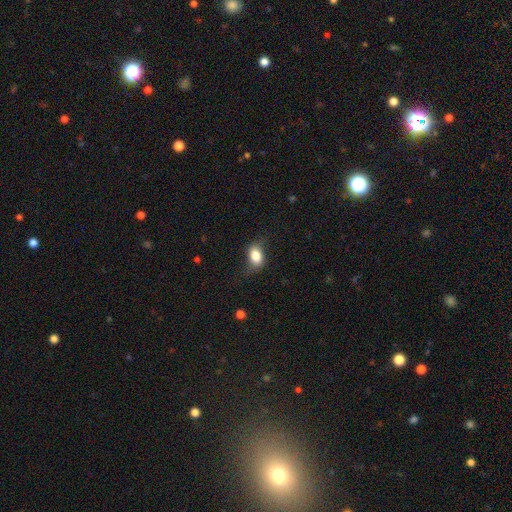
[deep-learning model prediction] Overall: smooth (79%). How rounded: in between (81%). Merging: none (65%).